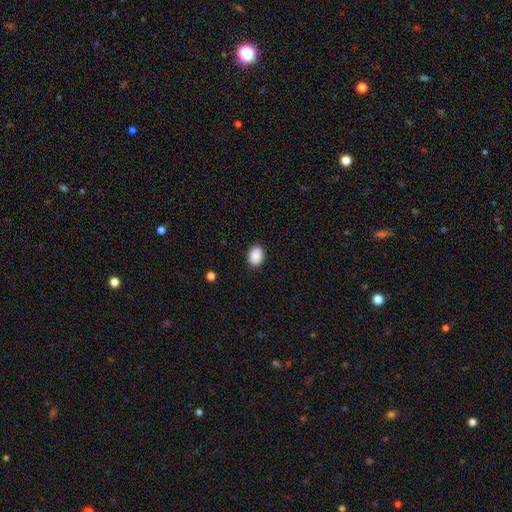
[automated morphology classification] smooth_or_featured: smooth (p=0.90) [alt: star or artifact p=0.08]
how_rounded: in between (p=0.70) [alt: round p=0.29]
merging: none (p=0.87) [alt: minor disturbance p=0.10]